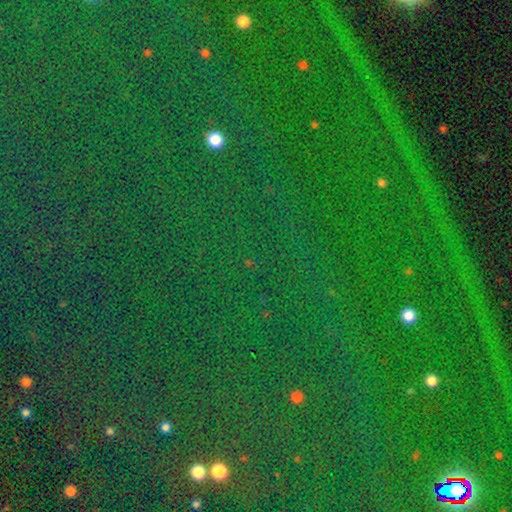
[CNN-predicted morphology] smooth_or_featured: star or artifact (p=0.83) [alt: smooth p=0.10]